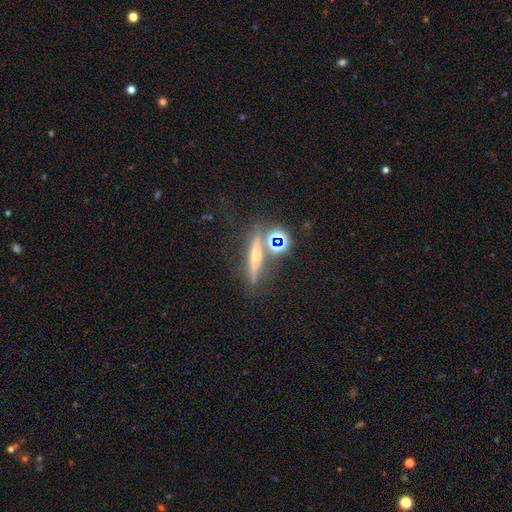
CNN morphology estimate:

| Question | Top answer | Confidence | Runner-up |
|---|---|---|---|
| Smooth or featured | featured or disk | 43% | smooth (30%) |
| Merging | none | 71% | minor disturbance (12%) |